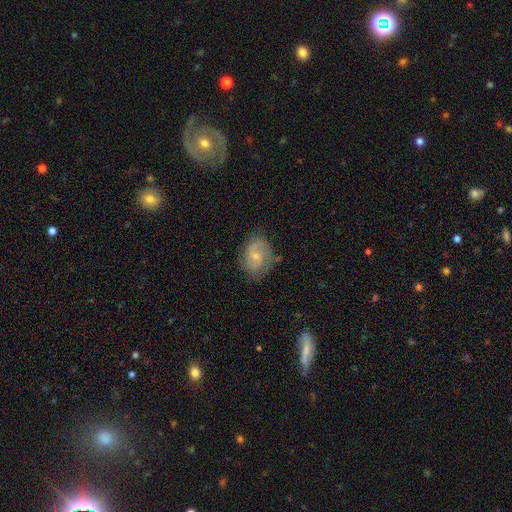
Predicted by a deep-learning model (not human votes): smooth_or_featured: featured or disk (p=0.74) [alt: smooth p=0.20]
disk_edge_on: no (p=0.98) [alt: yes p=0.02]
bar: weak (p=0.47) [alt: no p=0.46]
has_spiral_arms: yes (p=0.93) [alt: no p=0.07]
spiral_winding: medium (p=0.50) [alt: tight p=0.27]
spiral_arm_count: 2 (p=0.83) [alt: can't tell p=0.09]
bulge_size: small (p=0.57) [alt: moderate p=0.36]
merging: none (p=0.72) [alt: minor disturbance p=0.19]